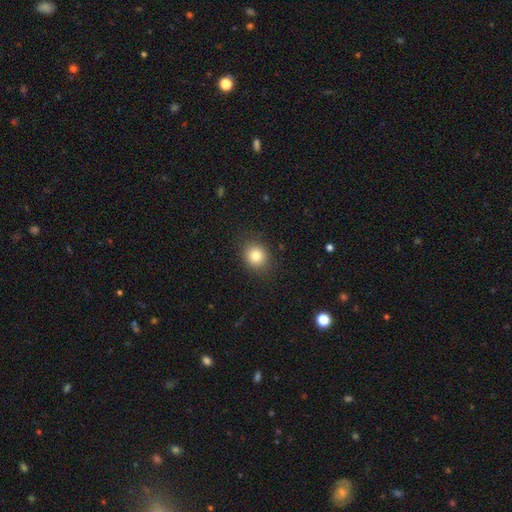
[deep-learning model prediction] Smooth or featured? smooth (82%)
How rounded? round (72%)
Merging? none (86%)